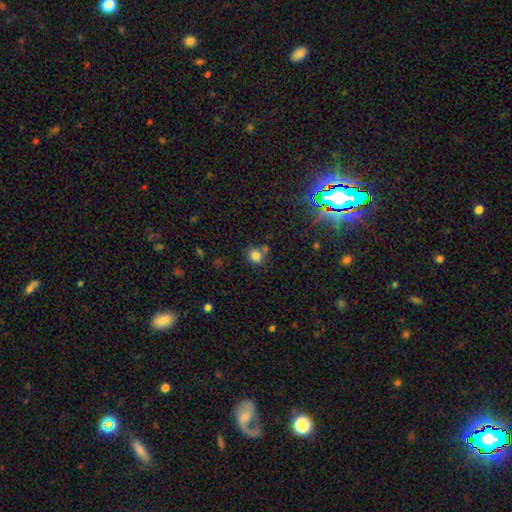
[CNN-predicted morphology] A smooth galaxy with no disk features (80%) that is round (83%). Merging: none (63%).